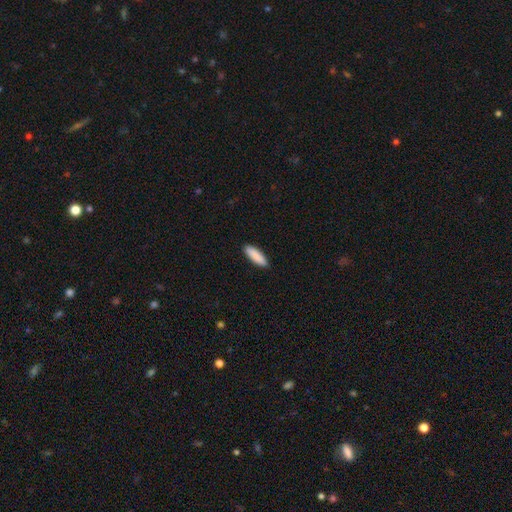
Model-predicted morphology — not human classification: Q: Smooth or featured?
A: smooth (90%); runner-up: star or artifact (5%)
Q: How rounded?
A: cigar-shaped (56%); runner-up: in between (43%)
Q: Merging?
A: none (90%); runner-up: minor disturbance (7%)